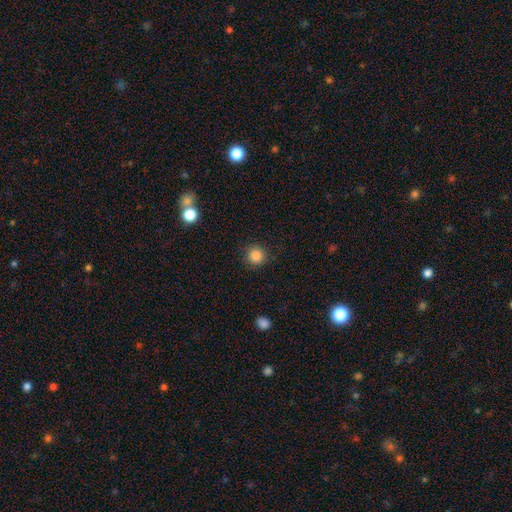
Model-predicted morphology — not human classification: smooth_or_featured: smooth (p=0.86) [alt: star or artifact p=0.11]
how_rounded: round (p=0.94) [alt: in between p=0.05]
merging: none (p=0.88) [alt: minor disturbance p=0.08]